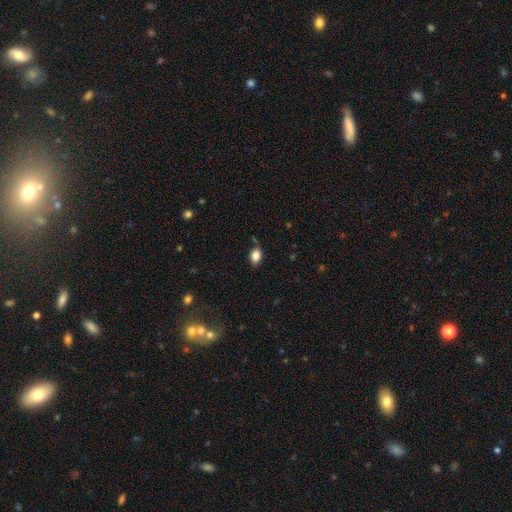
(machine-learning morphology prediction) Smooth or featured?
  - smooth: 83% *
  - star or artifact: 10%
  - featured or disk: 7%
How rounded?
  - in between: 75% *
  - round: 23%
  - cigar-shaped: 2%
Merging?
  - none: 77% *
  - minor disturbance: 17%
  - major disturbance: 3%
  - merger: 3%